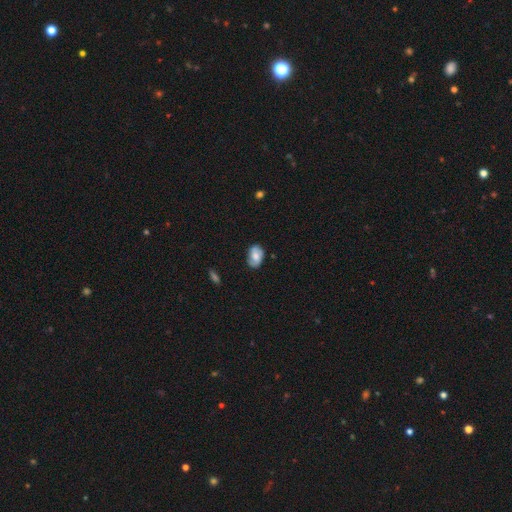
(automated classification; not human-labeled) This is likely a smooth galaxy (62%). How rounded: clearly in between (87%). Merging: likely none (74%).